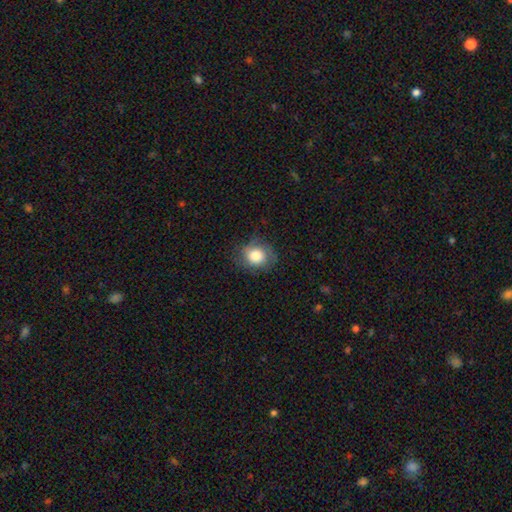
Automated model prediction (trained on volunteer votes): Smooth or featured?
  - smooth: 77% *
  - featured or disk: 14%
  - star or artifact: 9%
How rounded?
  - round: 73% *
  - in between: 26%
  - cigar-shaped: 1%
Merging?
  - none: 70% *
  - minor disturbance: 21%
  - major disturbance: 7%
  - merger: 1%